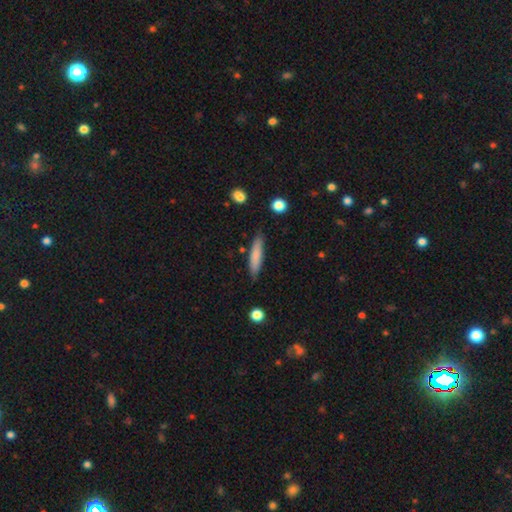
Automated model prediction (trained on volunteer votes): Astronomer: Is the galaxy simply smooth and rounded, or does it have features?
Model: smooth — 78%.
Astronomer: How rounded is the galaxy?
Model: cigar-shaped — 84%.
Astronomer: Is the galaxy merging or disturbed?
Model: none — 84%.